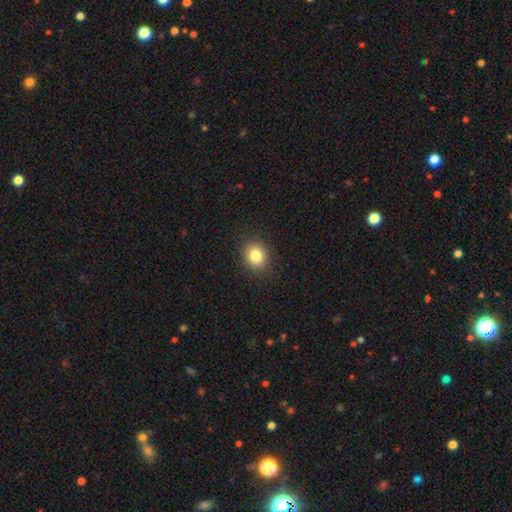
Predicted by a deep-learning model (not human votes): A smooth galaxy with no disk features (82%) that is round (64%). Merging: none (89%).